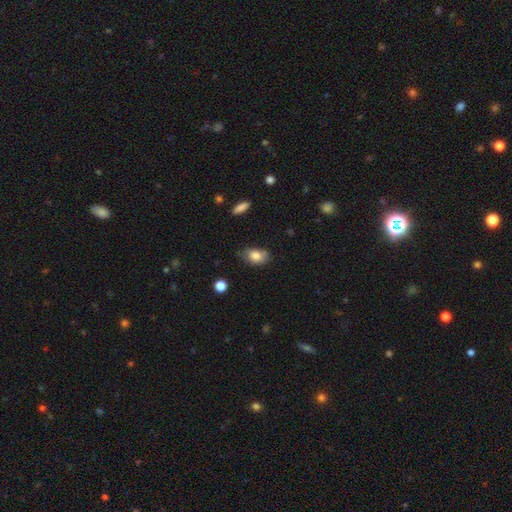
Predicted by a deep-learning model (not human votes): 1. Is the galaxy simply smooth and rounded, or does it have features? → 81% smooth, 11% featured or disk, 8% star or artifact.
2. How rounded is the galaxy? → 88% in between, 10% round, 2% cigar-shaped.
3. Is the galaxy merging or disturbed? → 66% none, 27% minor disturbance, 5% major disturbance, 2% merger.